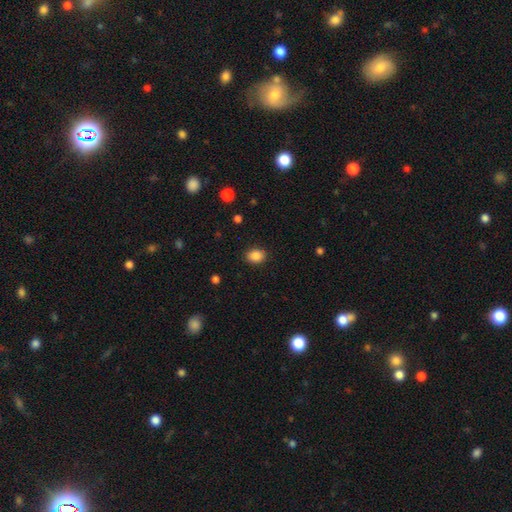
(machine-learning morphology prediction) Overall: smooth (87%). How rounded: in between (66%; round 33%). Merging: none (87%).